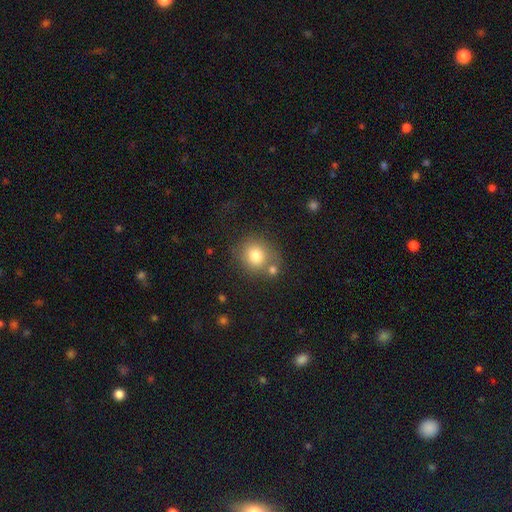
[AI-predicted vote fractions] A smooth galaxy with no disk features (78%) that is round (84%). Merging: none (66%).